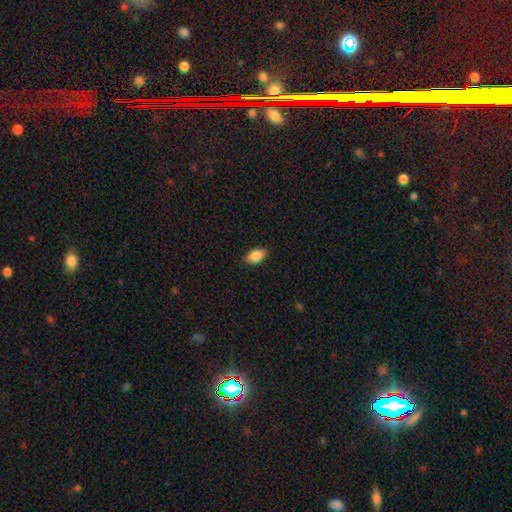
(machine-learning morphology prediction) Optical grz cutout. It shows a smooth galaxy with no disk features (87%) that is in between round and cigar-shaped (92%). Merging: none (86%).